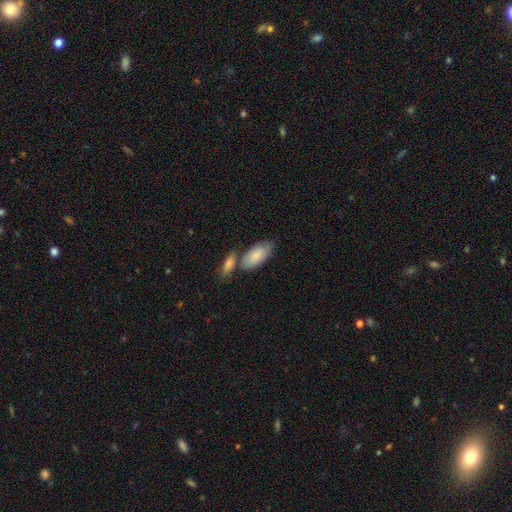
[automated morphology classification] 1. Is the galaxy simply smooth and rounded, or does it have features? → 80% smooth, 15% featured or disk, 5% star or artifact.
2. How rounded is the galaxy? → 90% in between, 7% cigar-shaped, 2% round.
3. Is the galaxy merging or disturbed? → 52% none, 28% merger, 16% minor disturbance, 4% major disturbance.